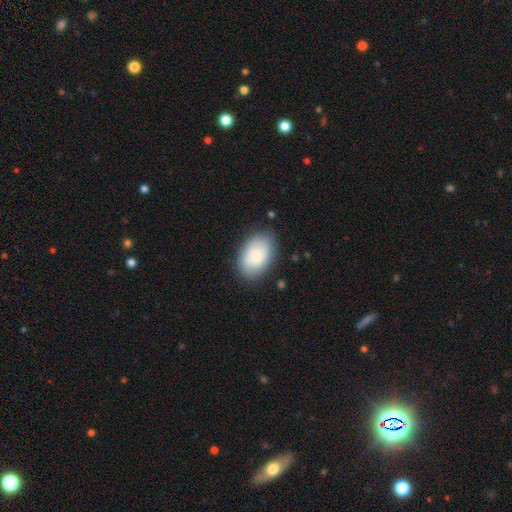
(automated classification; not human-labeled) A smooth galaxy with no disk features (81%) that is in between round and cigar-shaped (87%). Merging: none (78%).